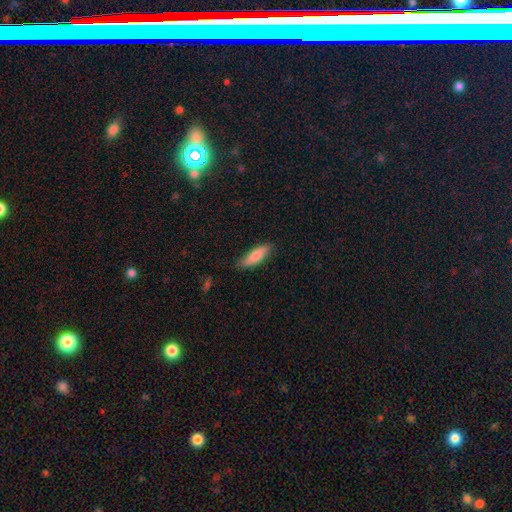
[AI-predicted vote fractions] smooth-or-featured: smooth: 81% | featured or disk: 13% | star or artifact: 6%
  how-rounded: in between: 52% | cigar-shaped: 46% | round: 2%
  merging: none: 80% | minor disturbance: 16% | major disturbance: 2% | merger: 1%